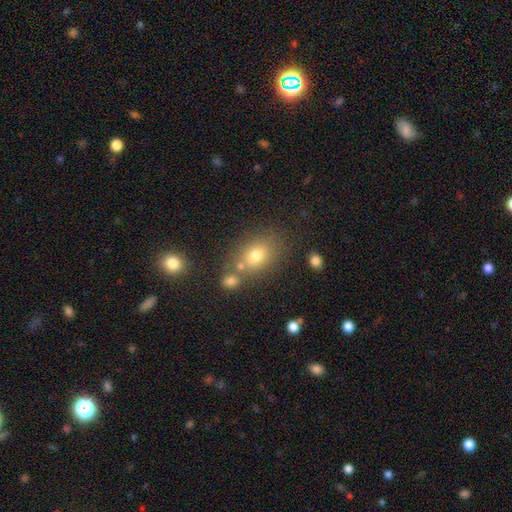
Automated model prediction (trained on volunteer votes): Morphology: type=smooth (71%); roundness=in between (63%); merging=none (61%).